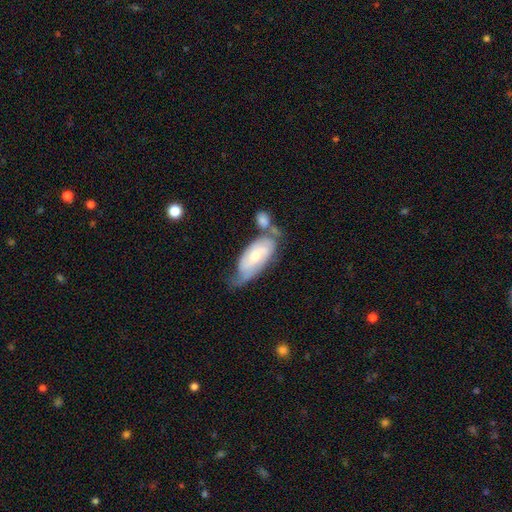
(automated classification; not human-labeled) The model was most divided on "bulge size": moderate: 45%, small: 44%, large: 5%, none: 4%, dominant: 1%. Remaining: edge-on disk — no (90%); spiral arms — yes (87%); smooth or featured — featured or disk (60%); bar — no (44%); merging — none (33%).